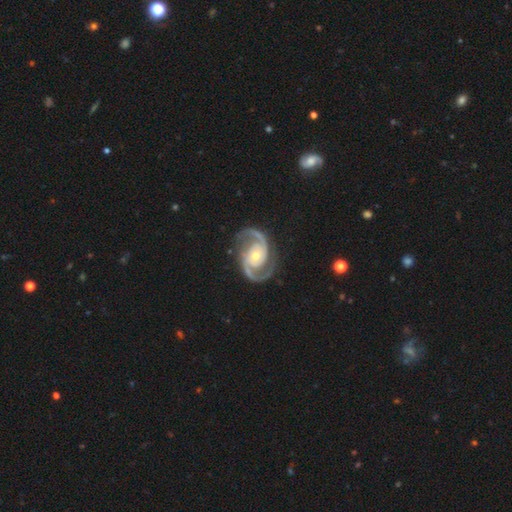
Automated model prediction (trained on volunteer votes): Smooth or featured?
  - featured or disk: 94% *
  - star or artifact: 4%
  - smooth: 3%
Edge-on disk?
  - no: 98% *
  - yes: 2%
Bar?
  - no: 67% *
  - weak: 22%
  - strong: 10%
Spiral arms?
  - yes: 98% *
  - no: 2%
Spiral winding?
  - medium: 59% *
  - tight: 26%
  - loose: 14%
Spiral arm count?
  - 2: 94% *
  - 3: 2%
  - can't tell: 1%
  - 1: 1%
  - 4: 1%
  - more than 4: 1%
Bulge size?
  - moderate: 58% *
  - small: 36%
  - large: 4%
  - none: 1%
  - dominant: 1%
Merging?
  - none: 81% *
  - minor disturbance: 12%
  - major disturbance: 5%
  - merger: 1%